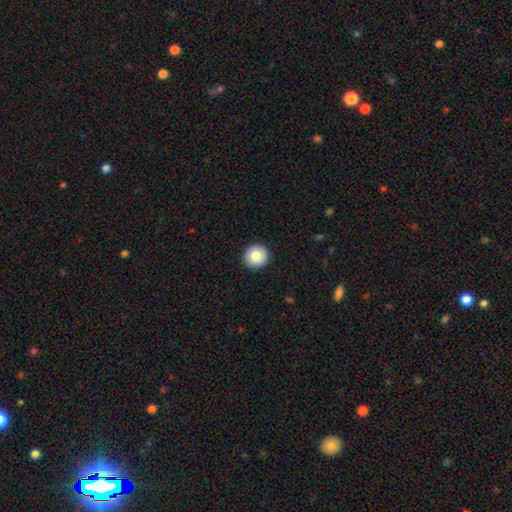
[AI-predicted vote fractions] The model was most divided on "smooth or featured": smooth: 83%, featured or disk: 9%, star or artifact: 8%. More confident: how rounded — round (94%); merging — none (93%).